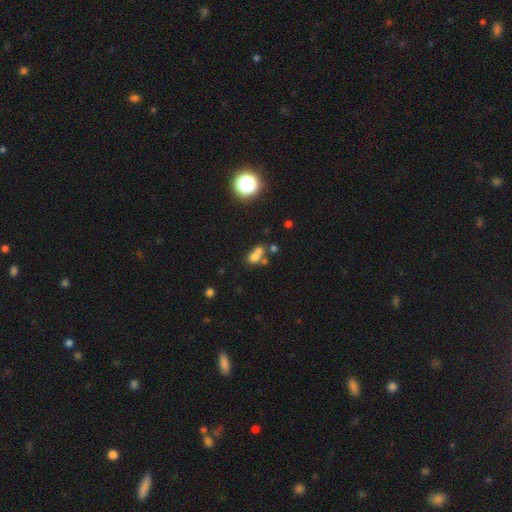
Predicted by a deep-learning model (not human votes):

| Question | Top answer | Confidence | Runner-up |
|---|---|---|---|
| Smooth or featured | smooth | 64% | star or artifact (19%) |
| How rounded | round | 59% | in between (39%) |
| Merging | merger | 56% | none (30%) |